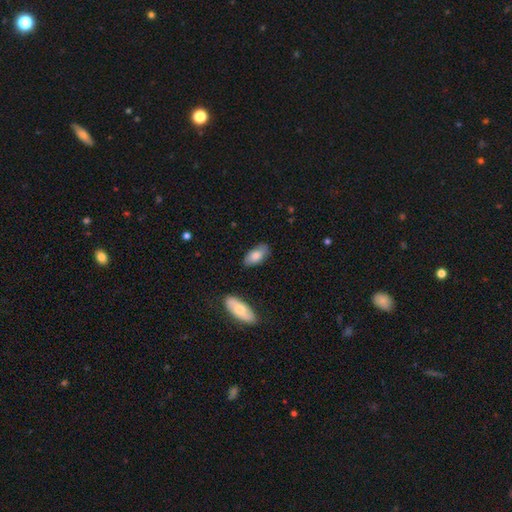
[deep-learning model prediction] A smooth galaxy with no disk features (78%) that is in between round and cigar-shaped (90%).

Vote fractions:
- Smooth or featured? smooth: 78% / featured or disk: 16% / star or artifact: 6%
- How rounded? in between: 90% / cigar-shaped: 8% / round: 2%
- Merging? none: 78% / minor disturbance: 16% / major disturbance: 3% / merger: 3%